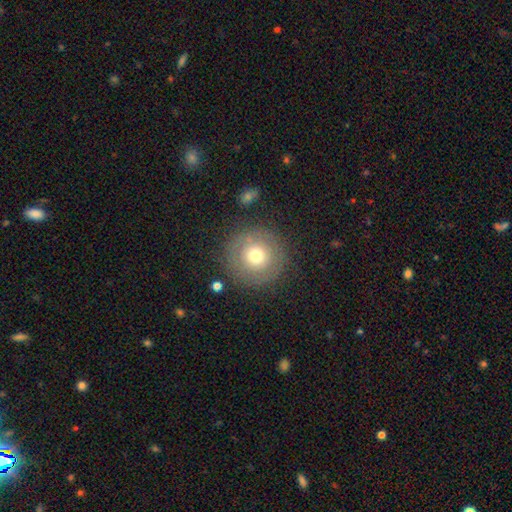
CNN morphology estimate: Smooth or featured? Predicted: smooth (p=0.63). How rounded? Predicted: round (p=0.96). Merging? Predicted: none (p=0.83).